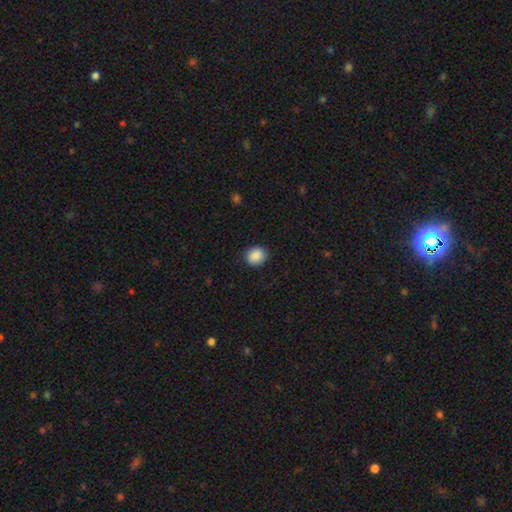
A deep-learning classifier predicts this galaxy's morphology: This is clearly a smooth galaxy (89%). How rounded: likely round (71%). Merging: clearly none (87%).